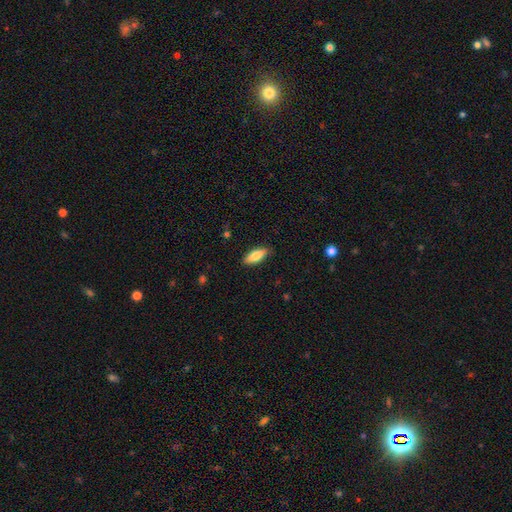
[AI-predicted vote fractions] Smooth or featured: smooth — 81% (featured or disk — 13%)
How rounded: in between — 73% (cigar-shaped — 25%)
Merging: none — 85% (minor disturbance — 11%)